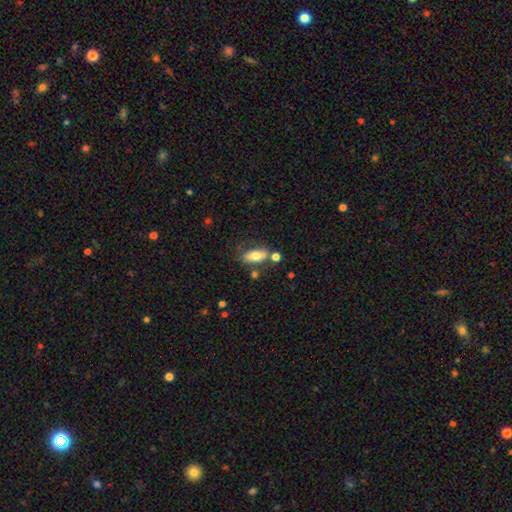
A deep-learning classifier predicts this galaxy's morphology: Smooth or featured?
  - smooth: 69% *
  - featured or disk: 24%
  - star or artifact: 7%
How rounded?
  - in between: 84% *
  - cigar-shaped: 12%
  - round: 4%
Merging?
  - none: 59% *
  - minor disturbance: 17%
  - merger: 17%
  - major disturbance: 7%